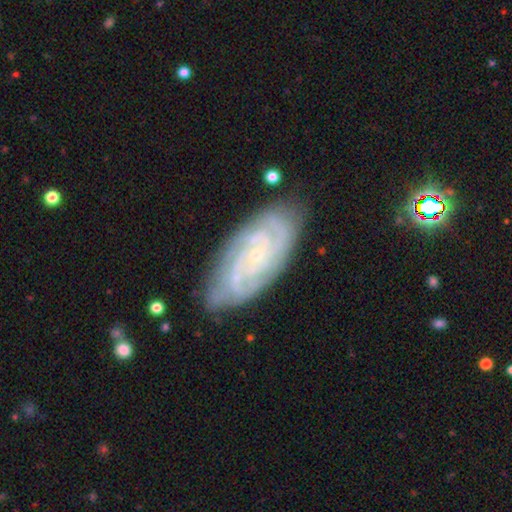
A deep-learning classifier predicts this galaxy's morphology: Smooth or featured?
  - featured or disk: 87% *
  - smooth: 7%
  - star or artifact: 6%
Edge-on disk?
  - no: 96% *
  - yes: 4%
Bar?
  - no: 74% *
  - weak: 21%
  - strong: 5%
Spiral arms?
  - yes: 97% *
  - no: 3%
Spiral winding?
  - tight: 74% *
  - medium: 22%
  - loose: 4%
Spiral arm count?
  - can't tell: 23% * (tied)
  - 4: 23% * (tied)
  - 3: 23% * (tied)
  - 2: 16%
  - more than 4: 8%
  - 1: 6%
Bulge size?
  - small: 84% *
  - moderate: 12%
  - none: 2%
  - large: 1%
  - dominant: 1%
Merging?
  - none: 79% *
  - minor disturbance: 16%
  - major disturbance: 4%
  - merger: 1%